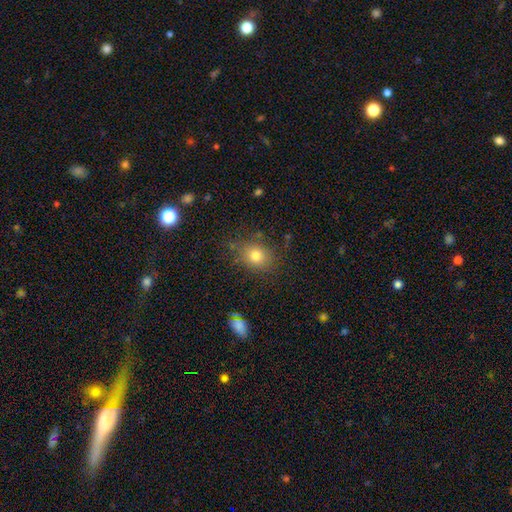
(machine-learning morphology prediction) Smooth or featured? Predicted: smooth (p=0.77). How rounded? Predicted: round (p=0.58). Merging? Predicted: none (p=0.79).